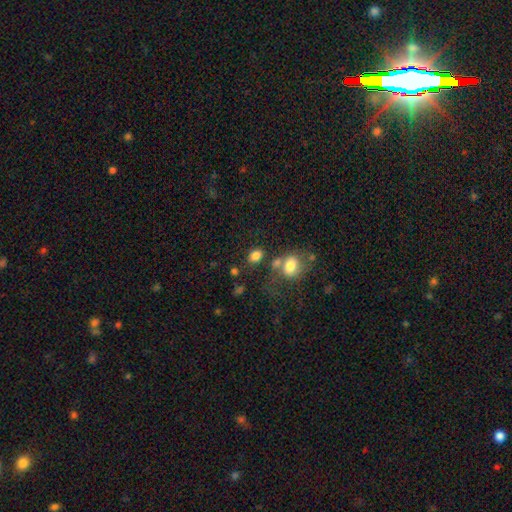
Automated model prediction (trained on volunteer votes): Morphology: type=smooth (82%); roundness=in between (72%); merging=none (61%).